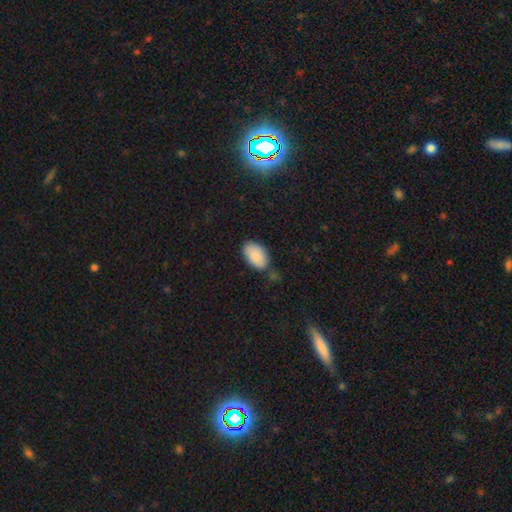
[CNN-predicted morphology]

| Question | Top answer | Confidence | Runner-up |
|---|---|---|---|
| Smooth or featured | smooth | 88% | star or artifact (7%) |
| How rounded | in between | 94% | round (5%) |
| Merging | none | 67% | minor disturbance (23%) |